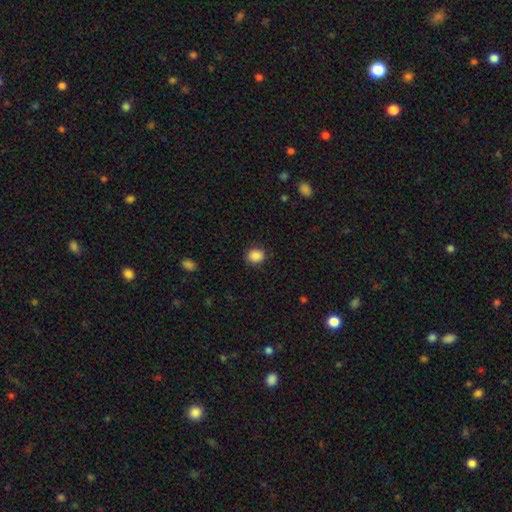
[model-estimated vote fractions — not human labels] A smooth galaxy with no disk features (87%) that is round (70%). Merging: none (85%).